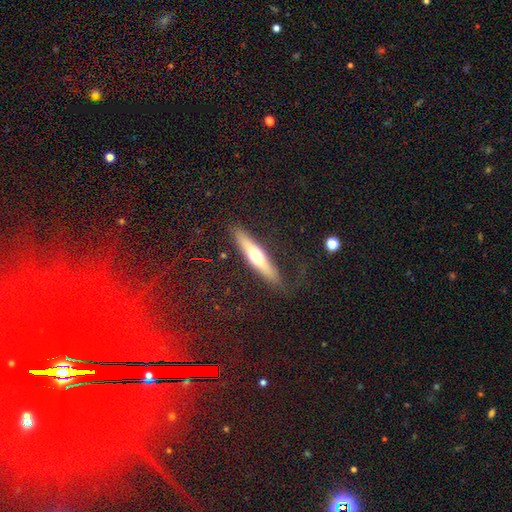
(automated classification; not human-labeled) Smooth or featured: featured or disk — 49% (smooth — 45%)
Merging: none — 82% (minor disturbance — 12%)